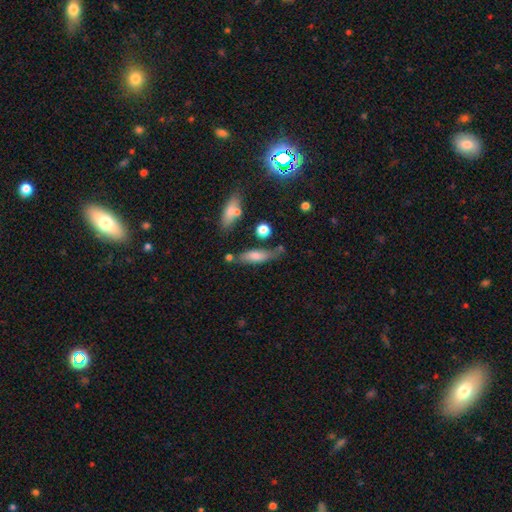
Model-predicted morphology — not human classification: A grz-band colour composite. It shows a smooth galaxy with no disk features (68%) that is cigar-shaped (53%). Merging: none (60%).